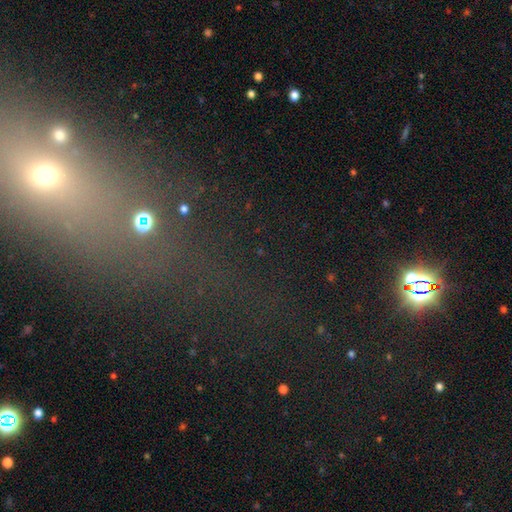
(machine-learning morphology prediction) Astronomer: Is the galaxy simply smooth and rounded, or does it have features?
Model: star or artifact — 56%.